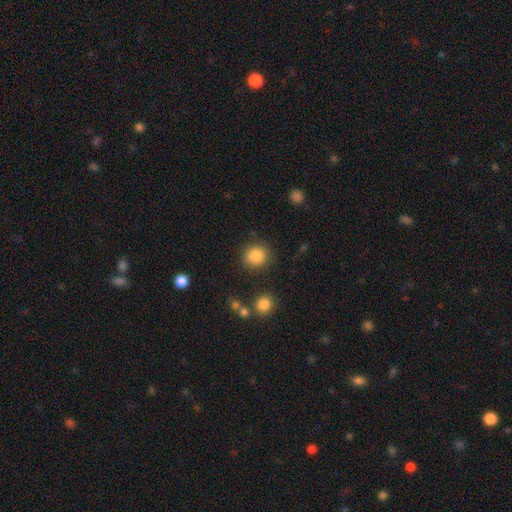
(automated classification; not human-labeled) A smooth galaxy with no disk features (86%) that is round (84%).

Vote fractions:
- Smooth or featured? smooth: 86% / star or artifact: 10% / featured or disk: 5%
- How rounded? round: 84% / in between: 15% / cigar-shaped: 1%
- Merging? none: 86% / minor disturbance: 9% / major disturbance: 3% / merger: 3%